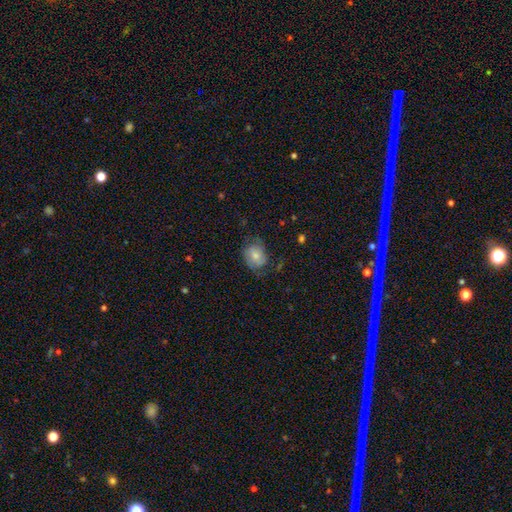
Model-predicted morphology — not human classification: The model was most divided on "how rounded": in between: 53%, round: 46%, cigar-shaped: 1%. More confident: smooth or featured — smooth (64%); merging — none (56%).